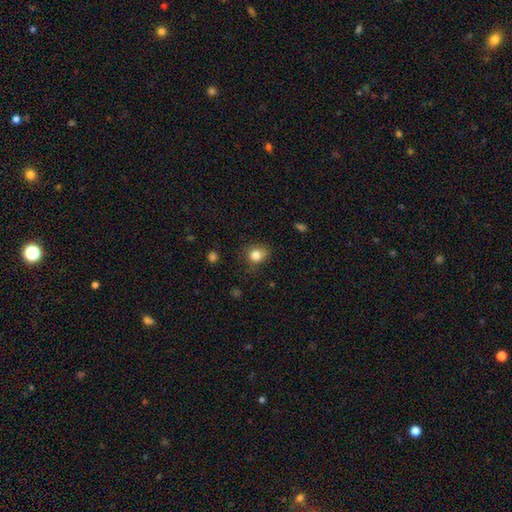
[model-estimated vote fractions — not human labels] Smooth or featured: smooth — 83% (star or artifact — 11%)
How rounded: round — 68% (in between — 31%)
Merging: none — 73% (minor disturbance — 21%)